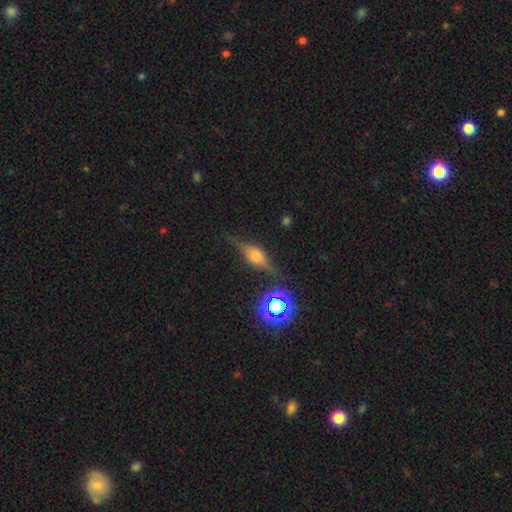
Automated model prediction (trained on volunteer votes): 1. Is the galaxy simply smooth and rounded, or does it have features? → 67% featured or disk, 20% smooth, 13% star or artifact.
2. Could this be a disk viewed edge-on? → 93% yes, 7% no.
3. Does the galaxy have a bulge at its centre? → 84% rounded, 14% boxy, 2% none.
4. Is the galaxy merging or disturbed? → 76% none, 16% minor disturbance, 6% major disturbance, 2% merger.